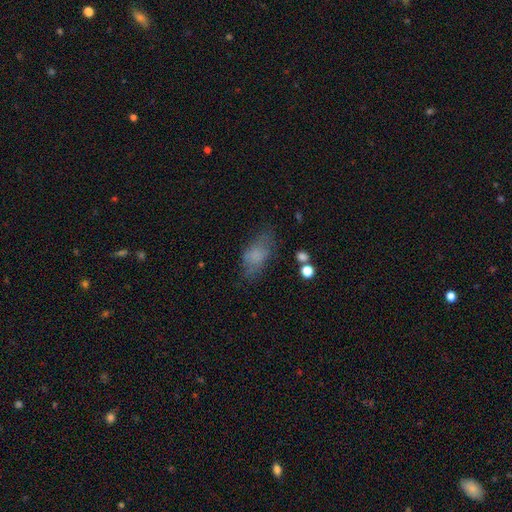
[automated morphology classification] A smooth galaxy with no disk features (69%) that is in between round and cigar-shaped (87%). Merging: none (58%).